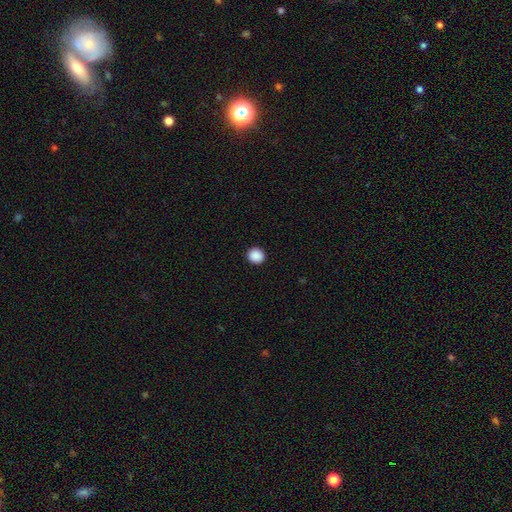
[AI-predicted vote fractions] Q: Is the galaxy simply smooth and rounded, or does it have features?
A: smooth — 90%.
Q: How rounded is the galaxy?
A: round — 89%.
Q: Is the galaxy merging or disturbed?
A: none — 93%.